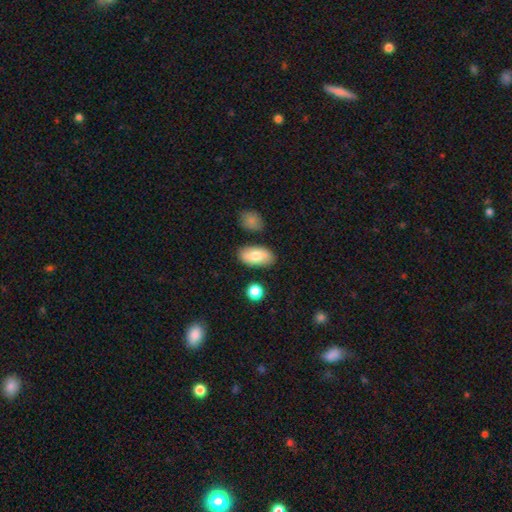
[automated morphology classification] type=smooth (79%); roundness=in between (94%); merging=none (82%).